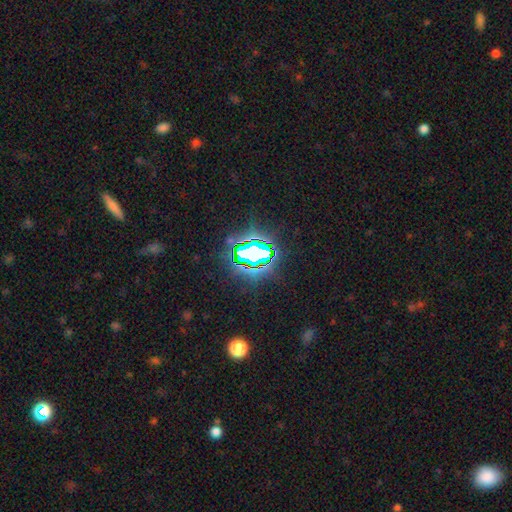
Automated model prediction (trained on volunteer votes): Smooth or featured? star or artifact (75%)